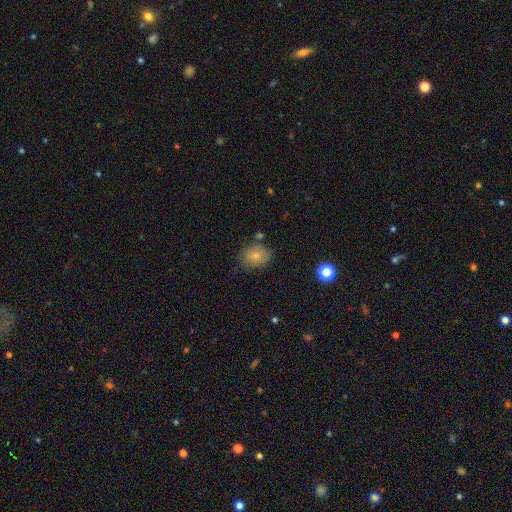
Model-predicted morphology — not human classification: A smooth galaxy with no disk features (78%) that is in between round and cigar-shaped (57%).

Vote fractions:
- Smooth or featured? smooth: 78% / featured or disk: 13% / star or artifact: 9%
- How rounded? in between: 57% / round: 42% / cigar-shaped: 1%
- Merging? none: 74% / minor disturbance: 17% / merger: 5% / major disturbance: 4%